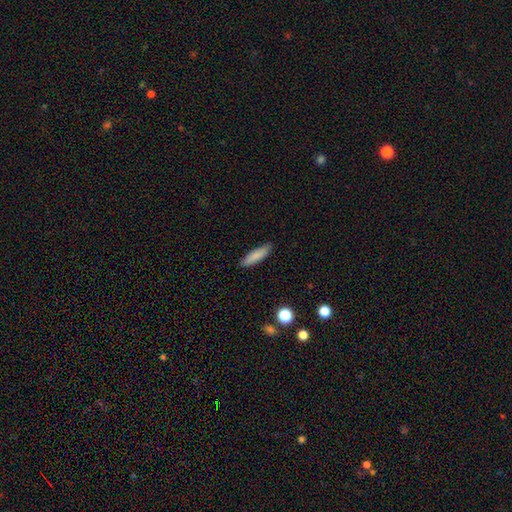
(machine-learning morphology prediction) smooth-or-featured: smooth: 85% | featured or disk: 9% | star or artifact: 7%
  how-rounded: cigar-shaped: 69% | in between: 29% | round: 2%
  merging: none: 87% | minor disturbance: 10% | major disturbance: 2% | merger: 1%